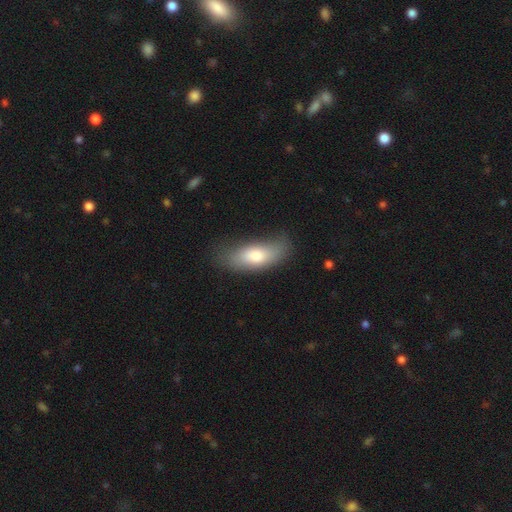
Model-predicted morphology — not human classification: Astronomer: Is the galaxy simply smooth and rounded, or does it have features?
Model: smooth — 71%.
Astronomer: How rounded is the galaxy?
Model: in between — 77%.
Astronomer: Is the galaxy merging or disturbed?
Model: none — 62%.